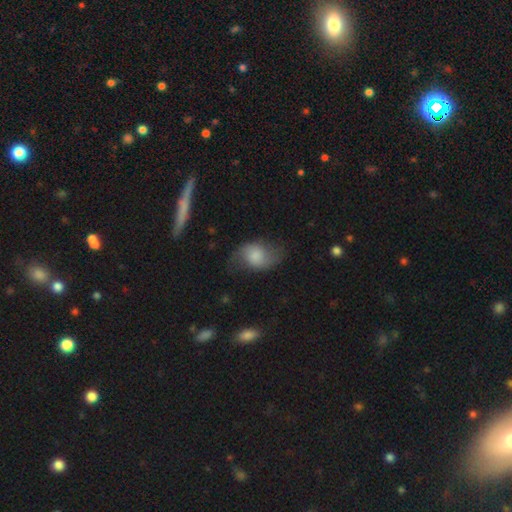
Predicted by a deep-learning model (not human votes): featured or disk 47%, smooth 44%, star or artifact 8%. Down the decision tree: merging — none (59%).